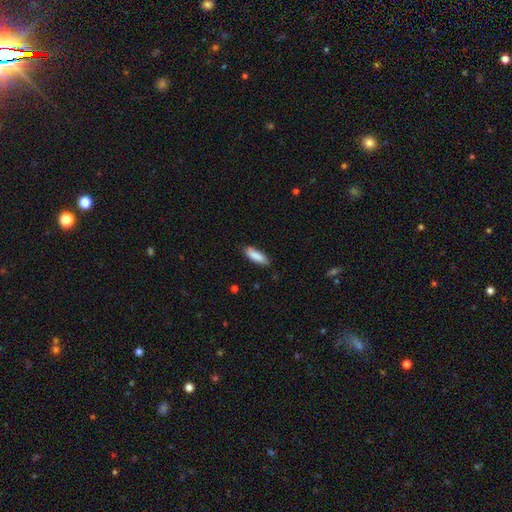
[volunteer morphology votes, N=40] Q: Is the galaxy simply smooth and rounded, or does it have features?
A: smooth — 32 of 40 (80%).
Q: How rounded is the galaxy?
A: in between — 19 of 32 (59%).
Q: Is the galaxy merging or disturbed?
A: none — 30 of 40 (75%).